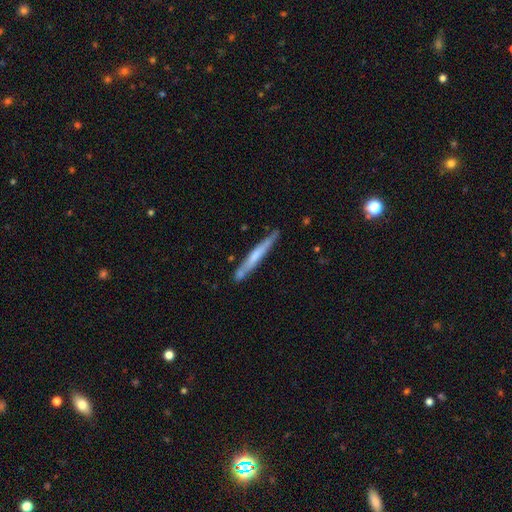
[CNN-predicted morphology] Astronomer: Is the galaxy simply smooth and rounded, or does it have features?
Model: featured or disk — 48% (runner-up: smooth, 47%).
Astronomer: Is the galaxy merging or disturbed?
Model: none — 80%.